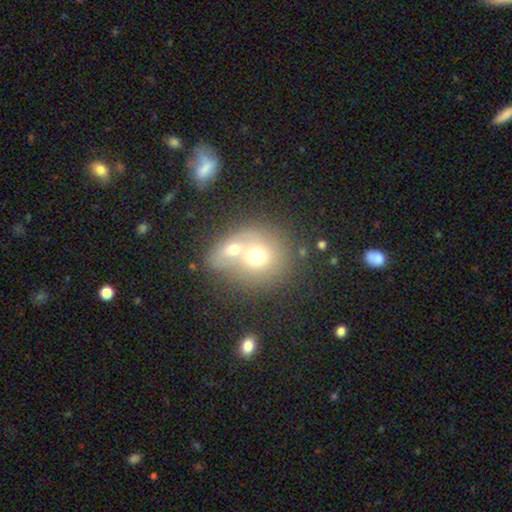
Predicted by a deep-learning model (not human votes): Overall: smooth (64%). How rounded: round (75%). Merging: merger (61%; none 28%).